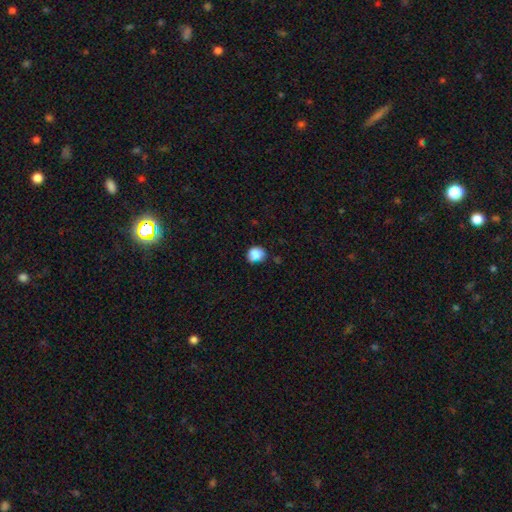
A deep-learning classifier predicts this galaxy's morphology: A smooth galaxy with no disk features (81%) that is round (68%).

Vote fractions:
- Smooth or featured? smooth: 81% / star or artifact: 10% / featured or disk: 8%
- How rounded? round: 68% / in between: 32% / cigar-shaped: 1%
- Merging? none: 55% / minor disturbance: 27% / merger: 11% / major disturbance: 8%